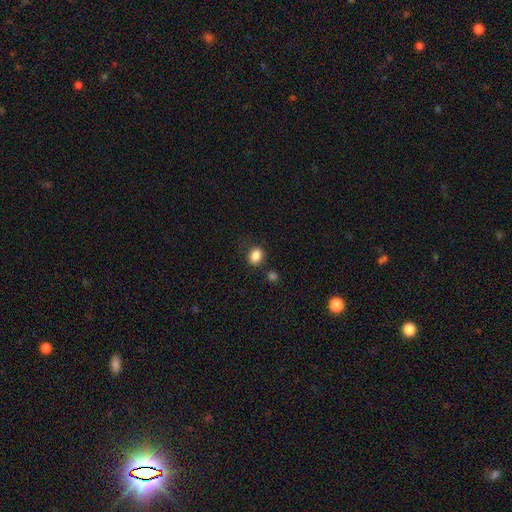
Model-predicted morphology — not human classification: A smooth galaxy with no disk features (86%) that is in between round and cigar-shaped (60%).

Vote fractions:
- Smooth or featured? smooth: 86% / star or artifact: 10% / featured or disk: 4%
- How rounded? in between: 60% / round: 39% / cigar-shaped: 1%
- Merging? none: 76% / minor disturbance: 14% / merger: 6% / major disturbance: 4%